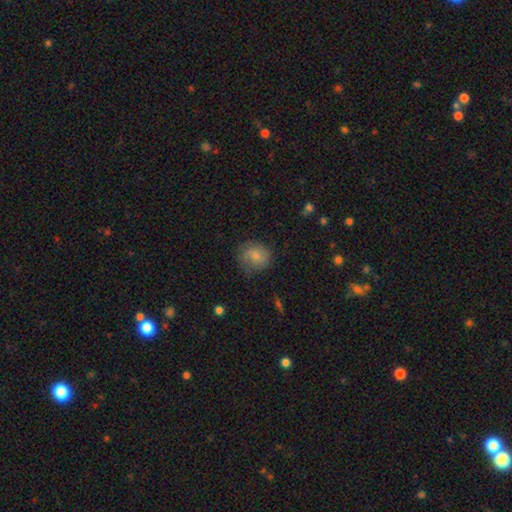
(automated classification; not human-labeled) smooth_or_featured: smooth (p=0.72) [alt: featured or disk p=0.20]
how_rounded: round (p=0.81) [alt: in between p=0.19]
merging: none (p=0.66) [alt: minor disturbance p=0.24]